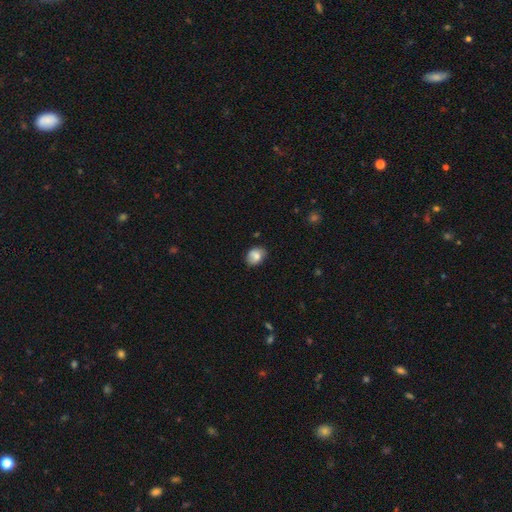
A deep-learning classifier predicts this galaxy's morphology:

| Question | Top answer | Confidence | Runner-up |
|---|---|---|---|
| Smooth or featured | smooth | 77% | featured or disk (14%) |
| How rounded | in between | 60% | round (39%) |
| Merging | none | 70% | minor disturbance (23%) |